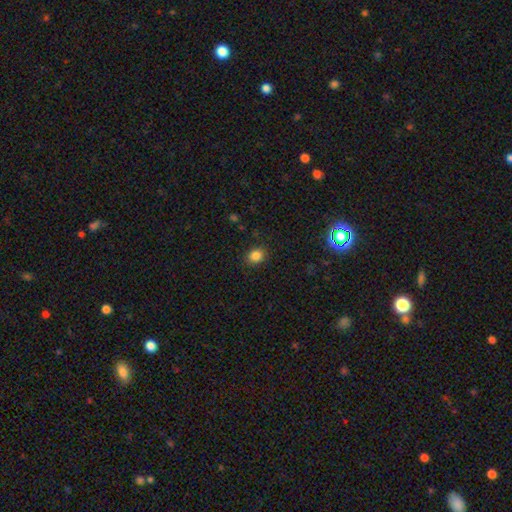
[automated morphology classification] A smooth galaxy with no disk features (84%) that is round (63%).

Vote fractions:
- Smooth or featured? smooth: 84% / star or artifact: 12% / featured or disk: 4%
- How rounded? round: 63% / in between: 36% / cigar-shaped: 1%
- Merging? none: 88% / minor disturbance: 8% / major disturbance: 3% / merger: 1%